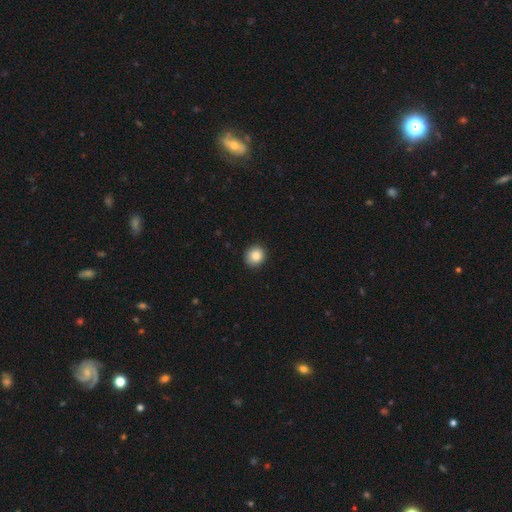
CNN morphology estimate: Overall: smooth (86%). How rounded: round (81%). Merging: none (89%).